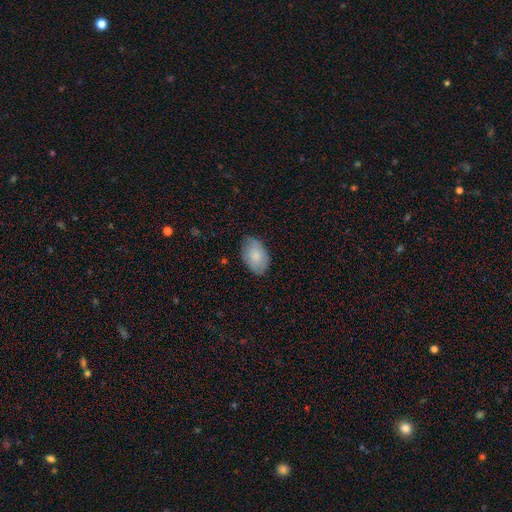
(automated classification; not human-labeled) Smooth or featured: smooth — 81% (featured or disk — 13%)
How rounded: in between — 92% (round — 7%)
Merging: none — 76% (minor disturbance — 20%)